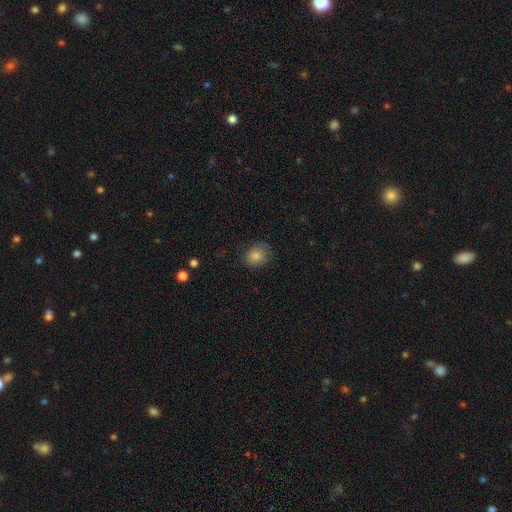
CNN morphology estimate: A smooth galaxy with no disk features (79%) that is round (60%).

Vote fractions:
- Smooth or featured? smooth: 79% / featured or disk: 11% / star or artifact: 10%
- How rounded? round: 60% / in between: 39% / cigar-shaped: 1%
- Merging? none: 75% / minor disturbance: 19% / major disturbance: 5% / merger: 1%